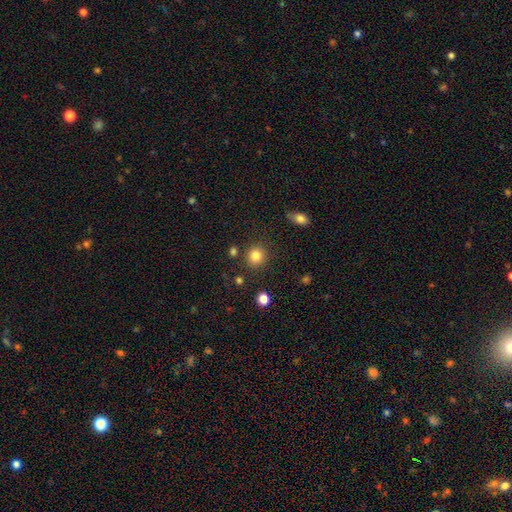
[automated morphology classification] Smooth or featured? smooth (84%)
How rounded? round (88%)
Merging? none (84%)